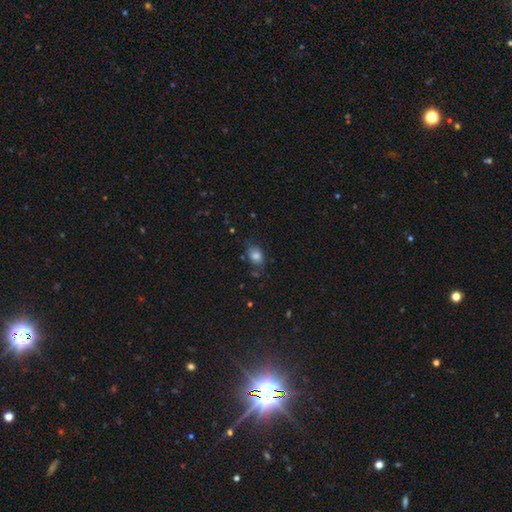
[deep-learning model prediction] Morphology: type=smooth (81%); roundness=in between (72%); merging=none (68%).